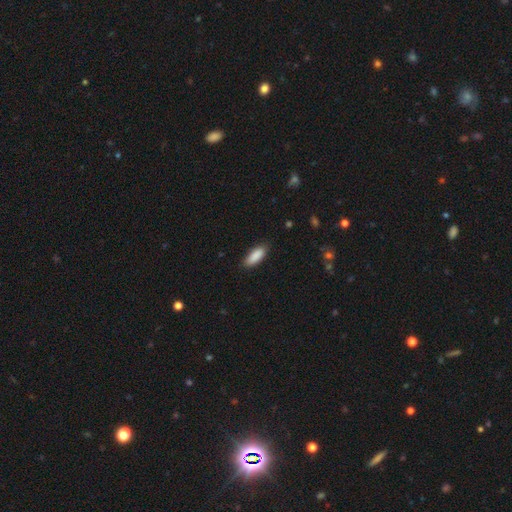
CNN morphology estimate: smooth 89%, star or artifact 6%, featured or disk 5%. Down the decision tree: how rounded — in between (68%); merging — none (85%).